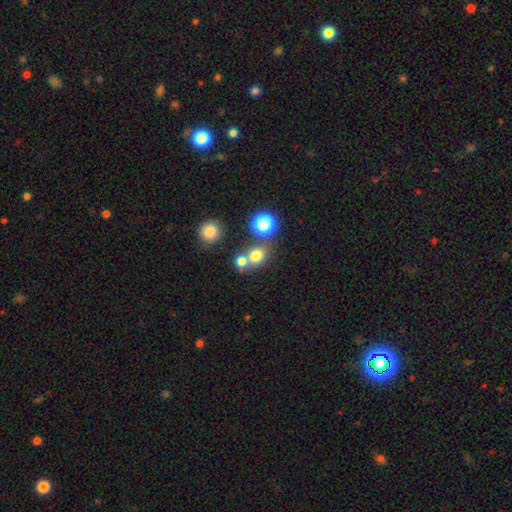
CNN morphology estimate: smooth-or-featured: smooth: 73% | star or artifact: 17% | featured or disk: 9%
  how-rounded: round: 77% | in between: 22% | cigar-shaped: 1%
  merging: none: 51% | merger: 37% | minor disturbance: 8% | major disturbance: 4%